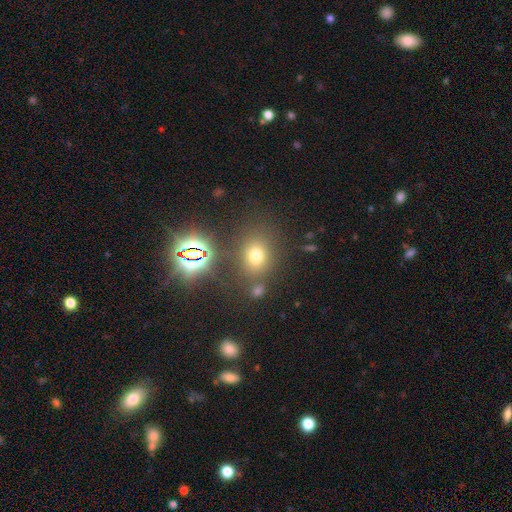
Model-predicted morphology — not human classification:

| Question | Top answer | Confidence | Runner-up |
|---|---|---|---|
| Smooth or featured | smooth | 67% | star or artifact (24%) |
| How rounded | round | 58% | in between (41%) |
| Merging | none | 75% | minor disturbance (11%) |